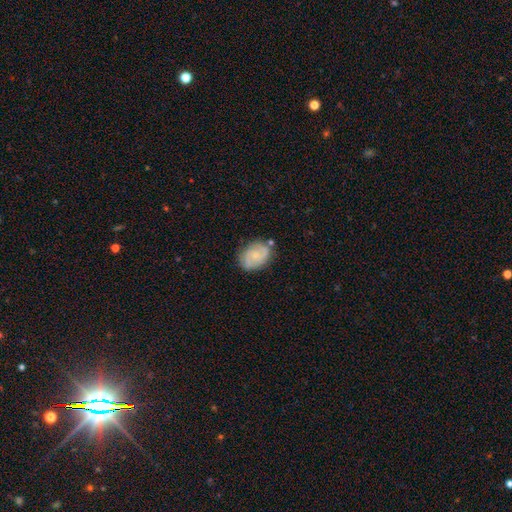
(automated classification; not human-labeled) A featured or disk galaxy (61%) with no bar (71%), spiral arms (84%) and a small central bulge (69%).

Vote fractions:
- Smooth or featured? featured or disk: 61% / smooth: 32% / star or artifact: 7%
- Edge-on disk? no: 97% / yes: 3%
- Bar? no: 71% / weak: 25% / strong: 4%
- Spiral arms? yes: 84% / no: 16%
- Bulge size? small: 69% / moderate: 25% / none: 4% / large: 1% / dominant: 1%
- Merging? none: 71% / minor disturbance: 20% / major disturbance: 5% / merger: 4%